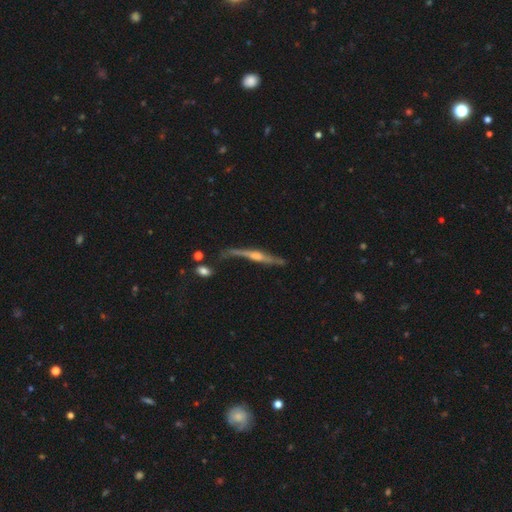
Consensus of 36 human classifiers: Smooth or featured?
  - featured or disk: 86% *
  - smooth: 11%
  - star or artifact: 3%
Edge-on disk?
  - yes: 97% *
  - no: 3%
Edge-on bulge?
  - rounded: 80% *
  - boxy: 20%
  - none: 0%
Merging?
  - none: 57% *
  - minor disturbance: 26%
  - merger: 11%
  - major disturbance: 6%